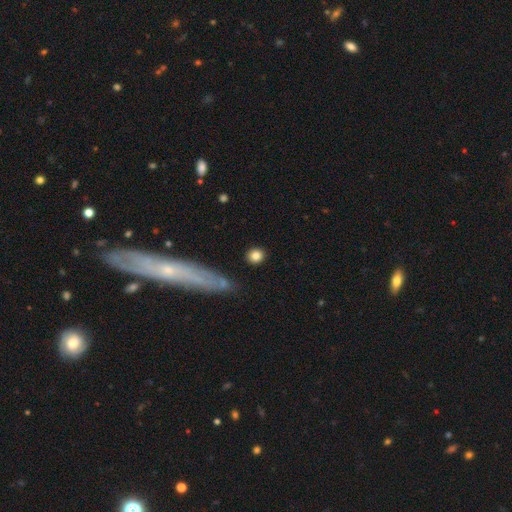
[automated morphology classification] This appears to be a smooth galaxy with no disk features (83%) that is round (82%). Merging: none (88%).